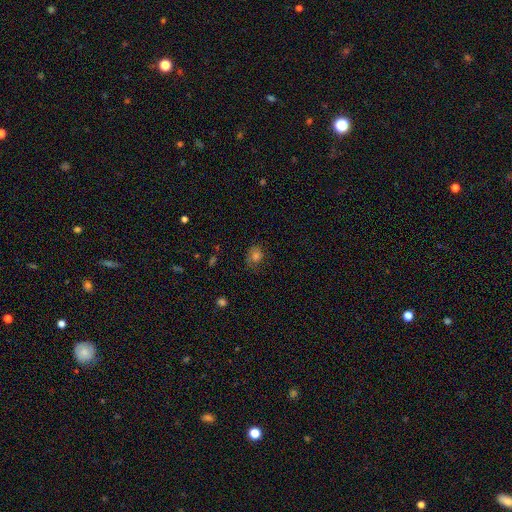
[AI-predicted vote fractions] smooth 67%, star or artifact 20%, featured or disk 13%. Down the decision tree: how rounded — round (59%); merging — none (69%).